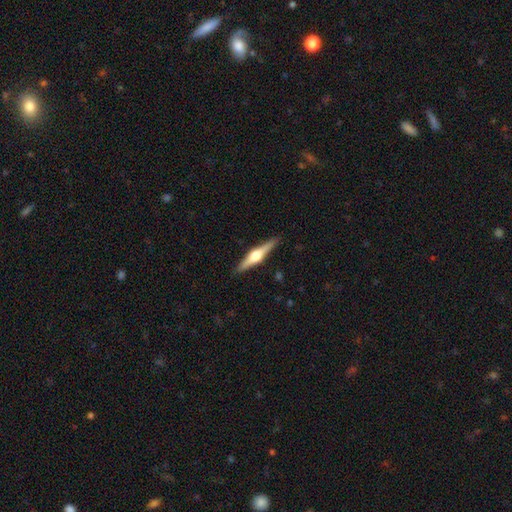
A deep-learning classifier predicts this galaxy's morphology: smooth_or_featured: featured or disk (p=0.75) [alt: smooth p=0.20]
disk_edge_on: yes (p=0.98) [alt: no p=0.02]
edge_on_bulge: rounded (p=0.94) [alt: boxy p=0.04]
merging: none (p=0.91) [alt: minor disturbance p=0.07]